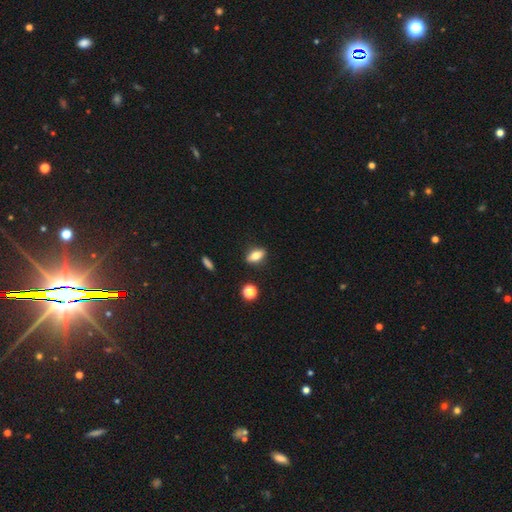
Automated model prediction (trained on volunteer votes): Smooth or featured?
  - smooth: 72% *
  - featured or disk: 19%
  - star or artifact: 9%
How rounded?
  - in between: 74% *
  - cigar-shaped: 18%
  - round: 8%
Merging?
  - none: 86% *
  - minor disturbance: 9%
  - major disturbance: 2%
  - merger: 2%